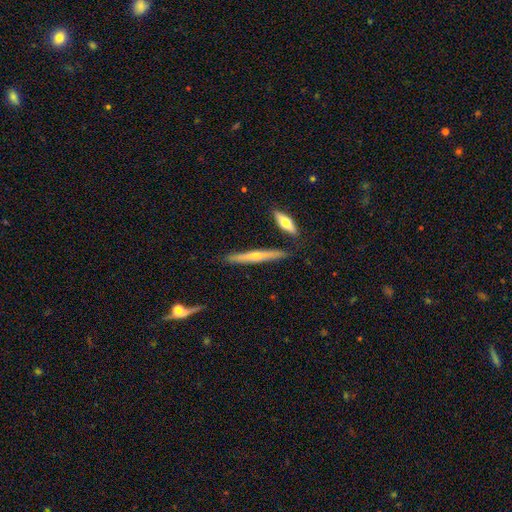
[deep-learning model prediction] Smooth or featured? Predicted: featured or disk (p=0.60). Edge-on disk? Predicted: yes (p=0.94). Edge-on bulge? Predicted: rounded (p=0.73). Merging? Predicted: none (p=0.82).